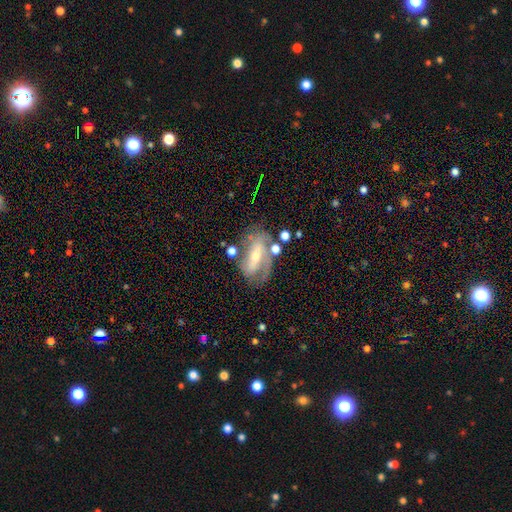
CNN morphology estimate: A featured or disk galaxy (76%) with a strong bar (54%), 2 (62%) medium (40%) spiral arms (82%) and a small central bulge (52%). Merging: none (61%).